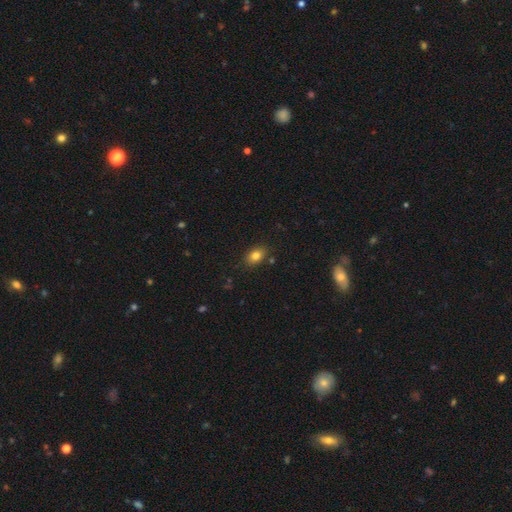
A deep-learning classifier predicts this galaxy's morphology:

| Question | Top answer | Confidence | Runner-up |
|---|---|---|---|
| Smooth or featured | smooth | 81% | star or artifact (11%) |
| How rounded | in between | 76% | round (22%) |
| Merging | none | 83% | minor disturbance (11%) |